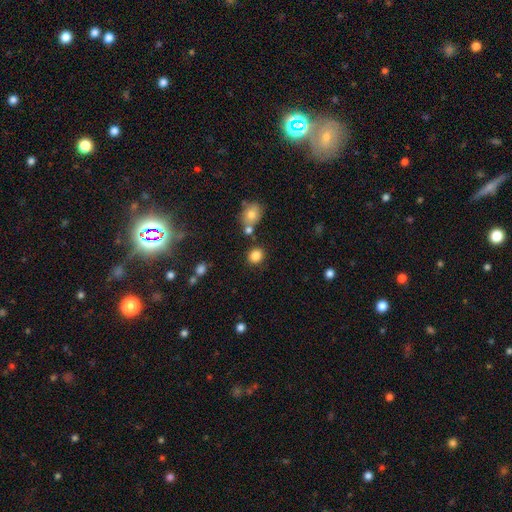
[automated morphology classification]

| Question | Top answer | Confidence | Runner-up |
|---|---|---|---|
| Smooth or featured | smooth | 84% | star or artifact (11%) |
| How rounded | round | 80% | in between (19%) |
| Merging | none | 80% | minor disturbance (9%) |